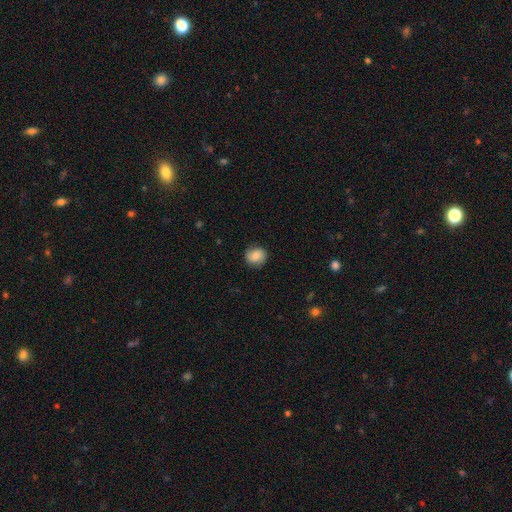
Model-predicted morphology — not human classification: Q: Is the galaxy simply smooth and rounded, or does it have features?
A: smooth — 80%.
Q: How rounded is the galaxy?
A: round — 83%.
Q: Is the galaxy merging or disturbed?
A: none — 83%.